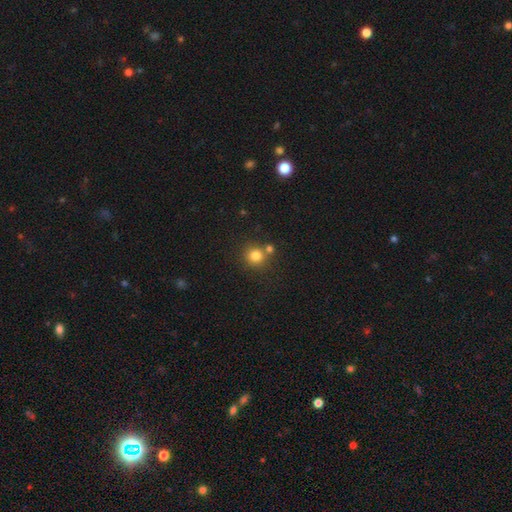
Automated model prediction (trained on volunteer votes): Q: Smooth or featured?
A: smooth (81%); runner-up: star or artifact (13%)
Q: How rounded?
A: round (92%); runner-up: in between (8%)
Q: Merging?
A: none (72%); runner-up: merger (17%)